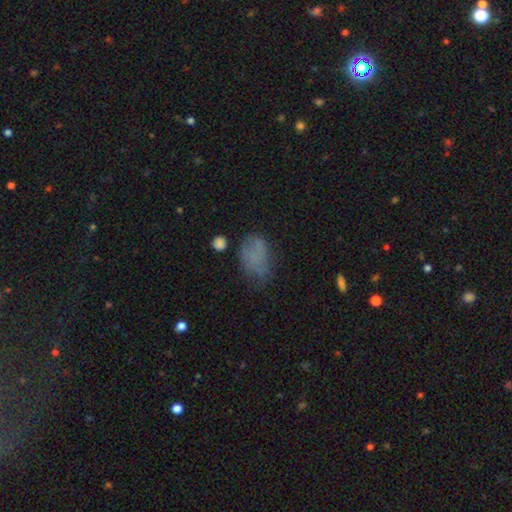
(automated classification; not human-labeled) smooth 68%, featured or disk 17%, star or artifact 15%. Down the decision tree: how rounded — in between (84%); merging — none (43%).